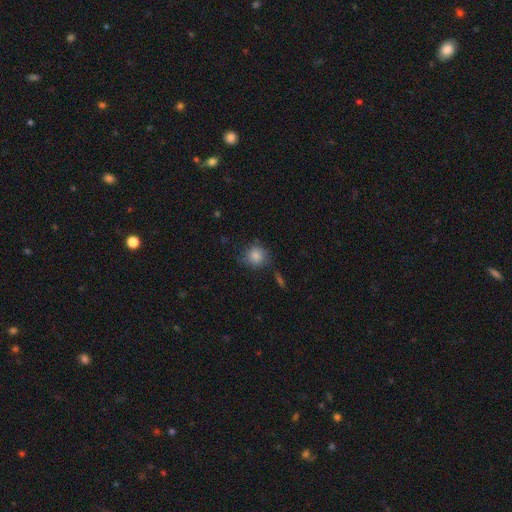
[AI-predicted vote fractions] This is clearly a smooth galaxy (83%). How rounded: clearly round (85%). Merging: likely none (71%).